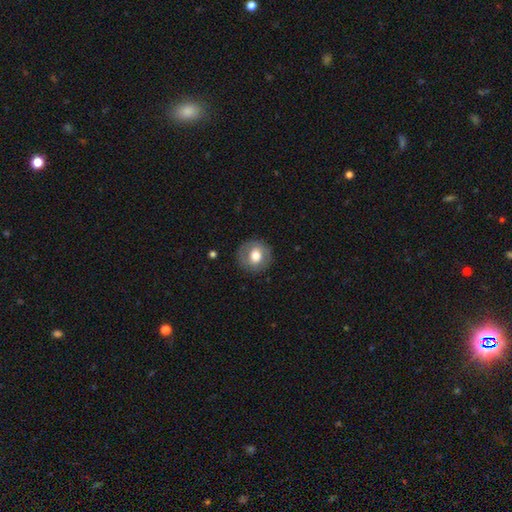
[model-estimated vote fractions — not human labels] Smooth or featured? Predicted: smooth (p=0.63). How rounded? Predicted: round (p=0.89). Merging? Predicted: none (p=0.86).